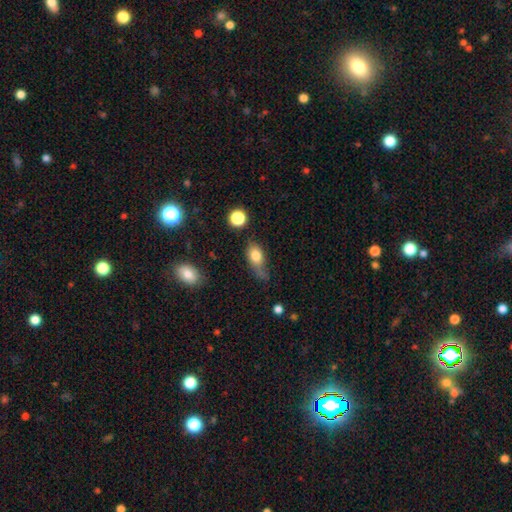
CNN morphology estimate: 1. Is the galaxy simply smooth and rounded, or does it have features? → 75% smooth, 16% featured or disk, 9% star or artifact.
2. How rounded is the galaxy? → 78% in between, 15% round, 7% cigar-shaped.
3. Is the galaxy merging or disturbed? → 38% none, 35% minor disturbance, 21% major disturbance, 6% merger.